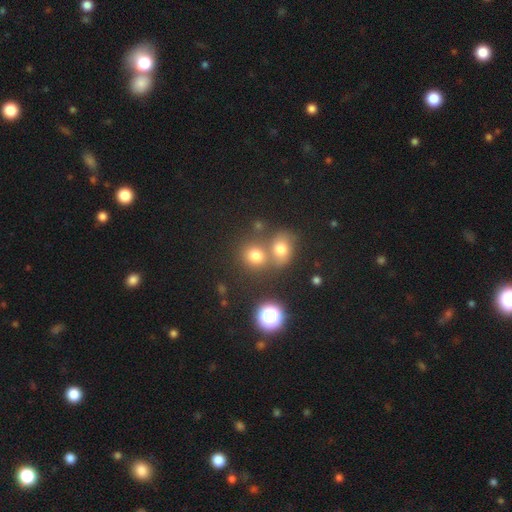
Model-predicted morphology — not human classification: smooth_or_featured: smooth (p=0.73) [alt: star or artifact p=0.18]
how_rounded: round (p=0.77) [alt: in between p=0.22]
merging: none (p=0.53) [alt: merger p=0.36]